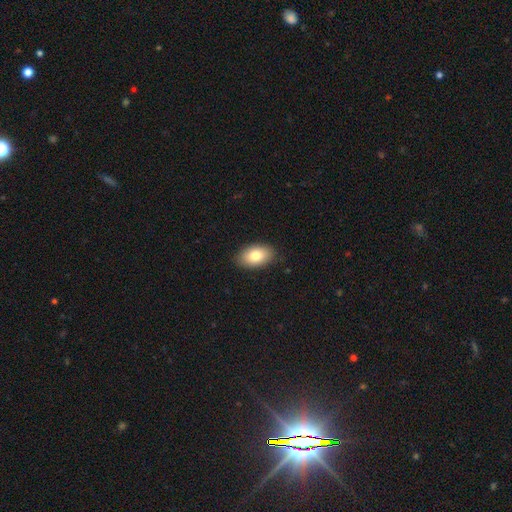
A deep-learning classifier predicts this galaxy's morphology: smooth_or_featured: smooth (p=0.79) [alt: featured or disk p=0.13]
how_rounded: in between (p=0.91) [alt: round p=0.08]
merging: none (p=0.88) [alt: minor disturbance p=0.10]